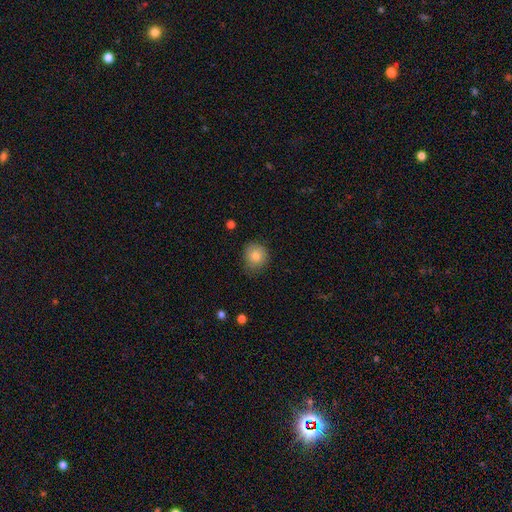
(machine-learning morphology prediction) This is clearly a smooth galaxy (81%). How rounded: clearly round (82%). Merging: likely none (73%).